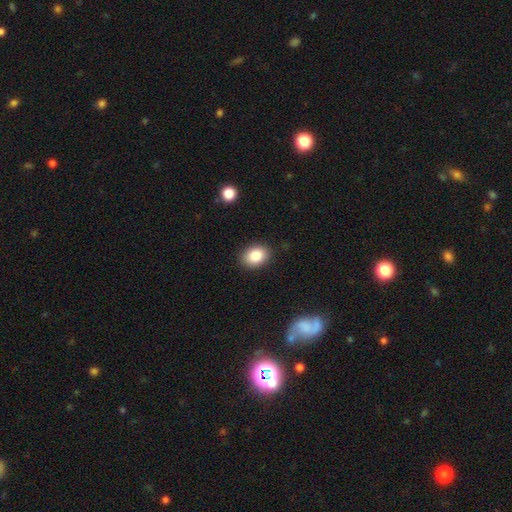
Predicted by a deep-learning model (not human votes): Smooth or featured? Predicted: smooth (p=0.86). How rounded? Predicted: in between (p=0.67). Merging? Predicted: none (p=0.88).